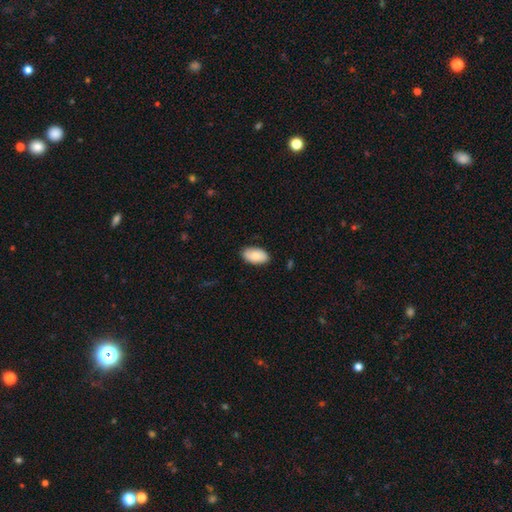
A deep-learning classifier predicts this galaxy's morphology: Smooth or featured: smooth — 84% (featured or disk — 10%)
How rounded: in between — 95% (round — 3%)
Merging: none — 86% (minor disturbance — 11%)